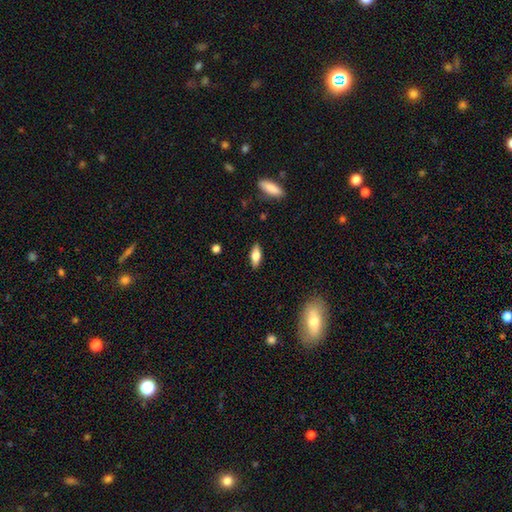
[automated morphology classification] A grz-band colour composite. It shows a smooth galaxy with no disk features (62%) that is in between round and cigar-shaped (72%). Merging: none (88%).